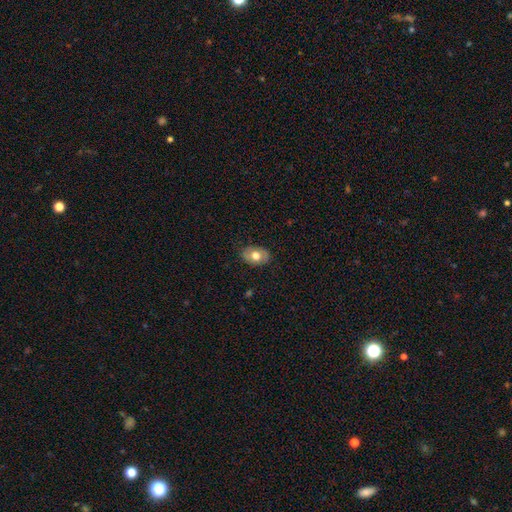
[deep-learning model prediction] Smooth or featured? Predicted: smooth (p=0.67). How rounded? Predicted: in between (p=0.81). Merging? Predicted: none (p=0.83).